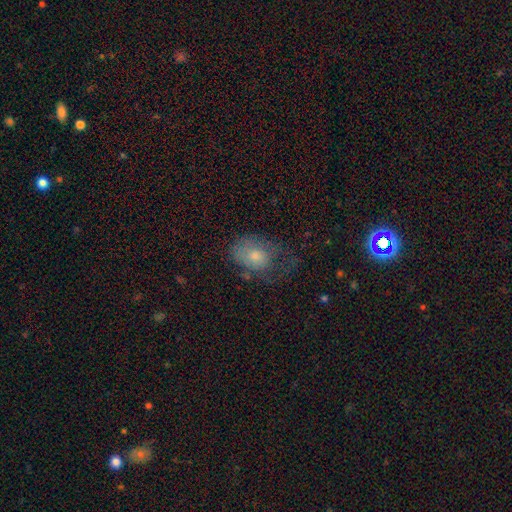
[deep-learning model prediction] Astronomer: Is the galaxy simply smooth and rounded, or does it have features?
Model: smooth — 60%.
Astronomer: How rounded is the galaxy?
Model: in between — 70%.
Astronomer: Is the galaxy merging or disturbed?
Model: none — 40% (runner-up: major disturbance, 29%).